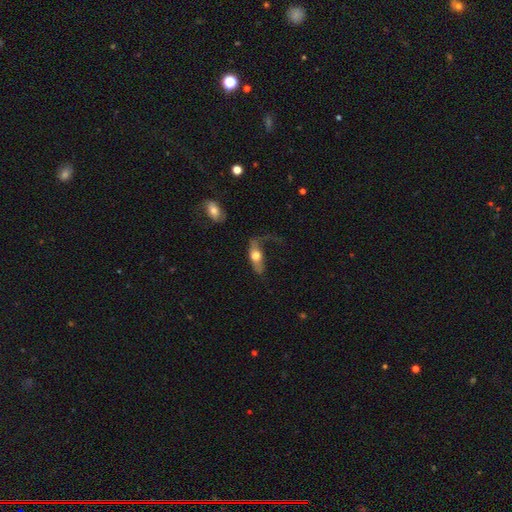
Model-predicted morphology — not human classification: smooth_or_featured: smooth (p=0.51) [alt: featured or disk p=0.42]
how_rounded: in between (p=0.68) [alt: cigar-shaped p=0.24]
merging: major disturbance (p=0.46) [alt: none p=0.28]